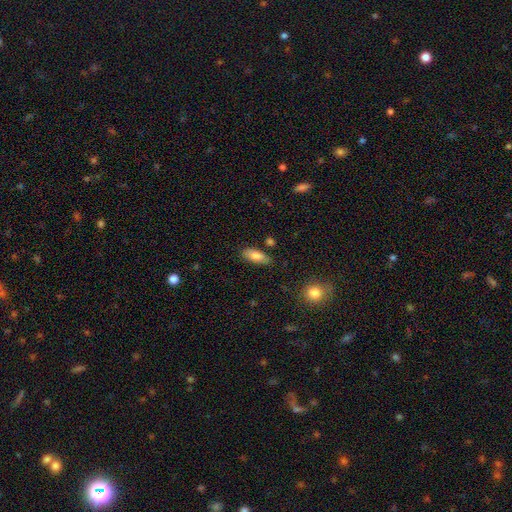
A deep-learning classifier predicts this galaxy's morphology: Smooth or featured? smooth (80%)
How rounded? in between (83%)
Merging? none (78%)